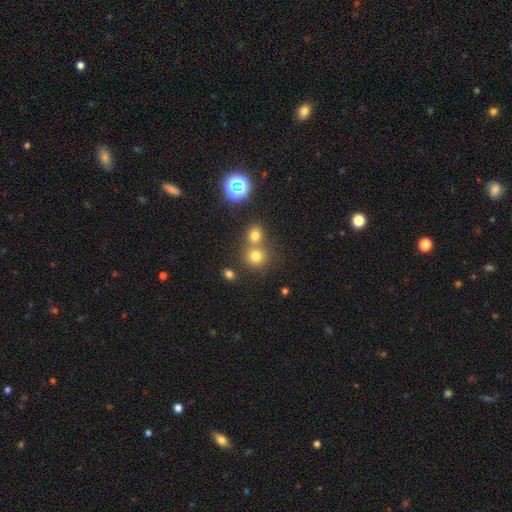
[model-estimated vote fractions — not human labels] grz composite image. It shows a smooth galaxy with no disk features (73%) that is round (87%). Merging: none (53%).